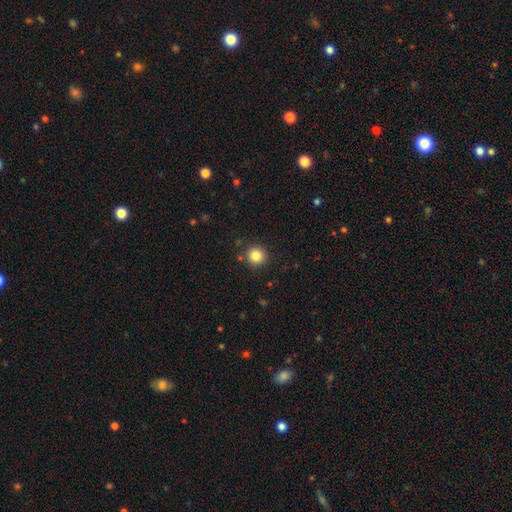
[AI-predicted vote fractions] Smooth or featured?
  - smooth: 83% *
  - star or artifact: 11%
  - featured or disk: 5%
How rounded?
  - round: 95% *
  - in between: 4%
  - cigar-shaped: 1%
Merging?
  - none: 89% *
  - minor disturbance: 6%
  - merger: 2%
  - major disturbance: 2%